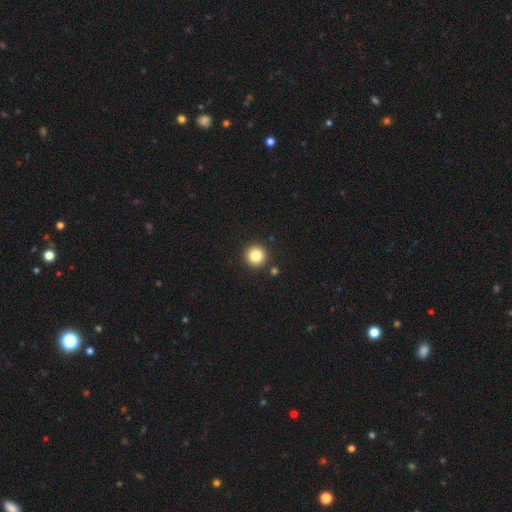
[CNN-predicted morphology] Smooth or featured? Predicted: smooth (p=0.85). How rounded? Predicted: round (p=0.96). Merging? Predicted: none (p=0.90).